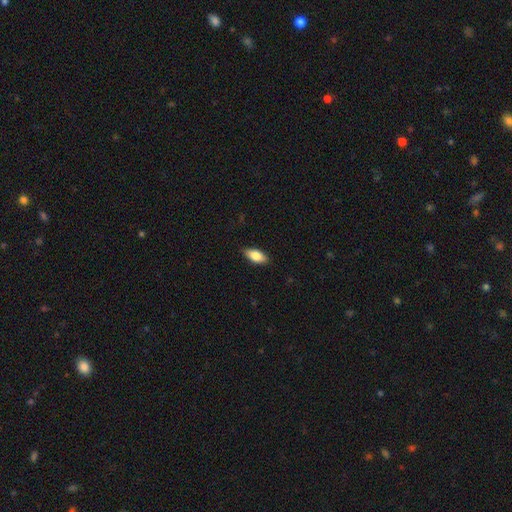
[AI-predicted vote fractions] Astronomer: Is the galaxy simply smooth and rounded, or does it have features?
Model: smooth — 80%.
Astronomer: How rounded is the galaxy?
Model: in between — 85%.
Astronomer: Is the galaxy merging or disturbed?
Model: none — 87%.